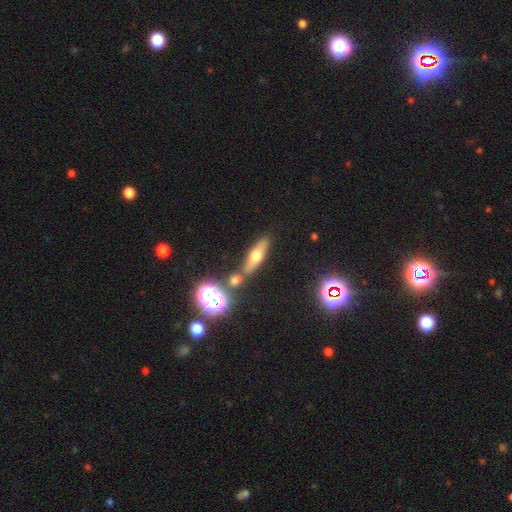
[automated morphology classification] A featured or disk galaxy (43%).

Vote fractions:
- Smooth or featured? featured or disk: 43% / smooth: 41% / star or artifact: 16%
- Merging? none: 72% / merger: 13% / minor disturbance: 11% / major disturbance: 4%